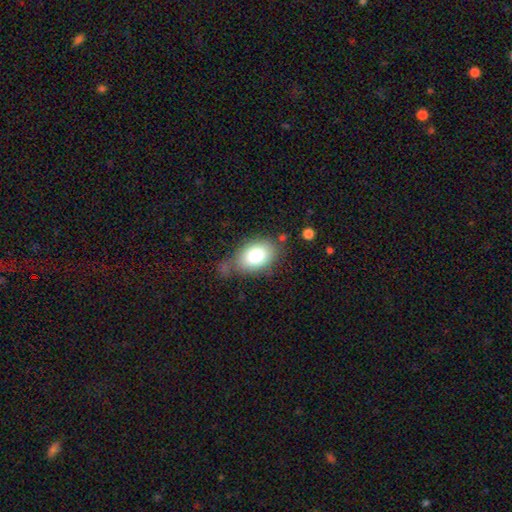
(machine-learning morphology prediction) smooth 80%, featured or disk 12%, star or artifact 8%. Down the decision tree: how rounded — in between (80%); merging — none (60%).